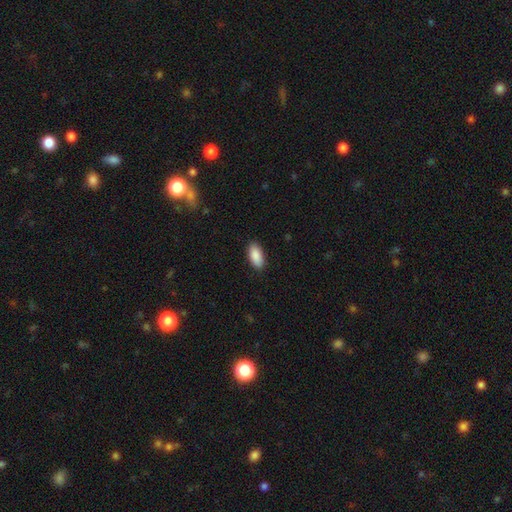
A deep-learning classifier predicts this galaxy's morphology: smooth-or-featured: smooth: 90% | star or artifact: 6% | featured or disk: 4%
  how-rounded: in between: 91% | cigar-shaped: 7% | round: 2%
  merging: none: 88% | minor disturbance: 9% | major disturbance: 2% | merger: 1%